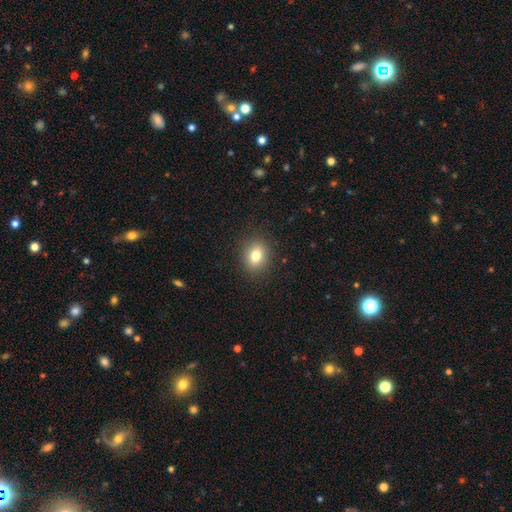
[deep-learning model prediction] Morphology: type=smooth (80%); roundness=round (50%); merging=none (89%).